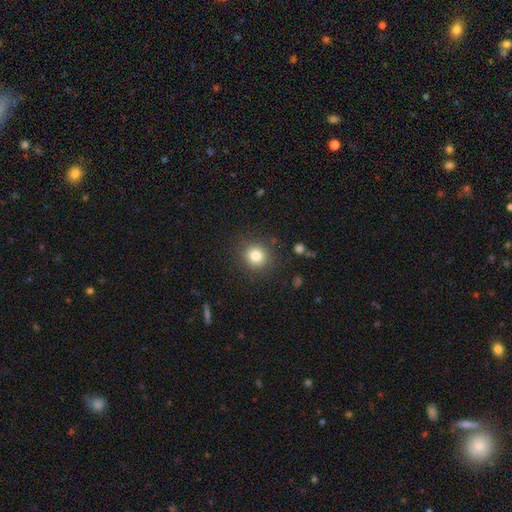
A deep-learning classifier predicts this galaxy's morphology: Smooth or featured?
  - smooth: 81% *
  - star or artifact: 12%
  - featured or disk: 7%
How rounded?
  - round: 90% *
  - in between: 9%
  - cigar-shaped: 1%
Merging?
  - none: 87% *
  - minor disturbance: 8%
  - major disturbance: 3%
  - merger: 2%